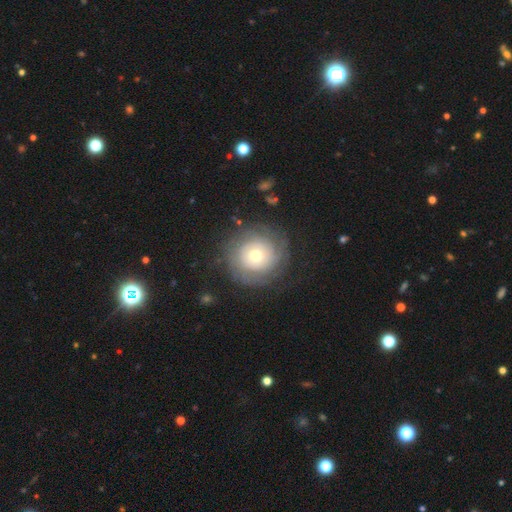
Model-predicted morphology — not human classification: A featured or disk galaxy (58%) with no bar (88%), spiral arms (73%) and a moderate central bulge (57%).

Vote fractions:
- Smooth or featured? featured or disk: 58% / smooth: 33% / star or artifact: 8%
- Edge-on disk? no: 97% / yes: 3%
- Bar? no: 88% / weak: 9% / strong: 3%
- Spiral arms? yes: 73% / no: 27%
- Bulge size? moderate: 57% / small: 33% / large: 8% / dominant: 2% / none: 1%
- Merging? none: 79% / minor disturbance: 12% / major disturbance: 8% / merger: 1%